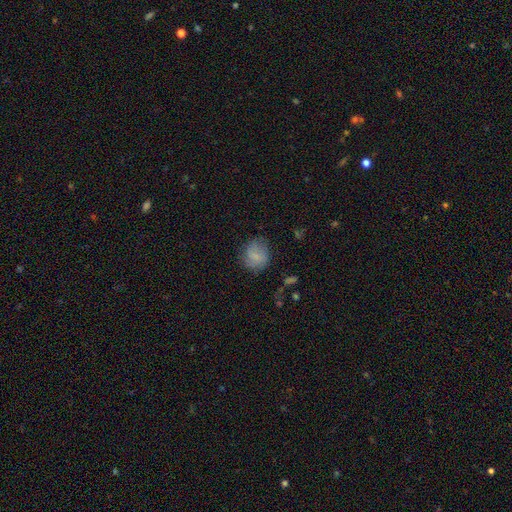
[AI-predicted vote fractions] A smooth galaxy with no disk features (77%) that is round (77%). Merging: none (71%).